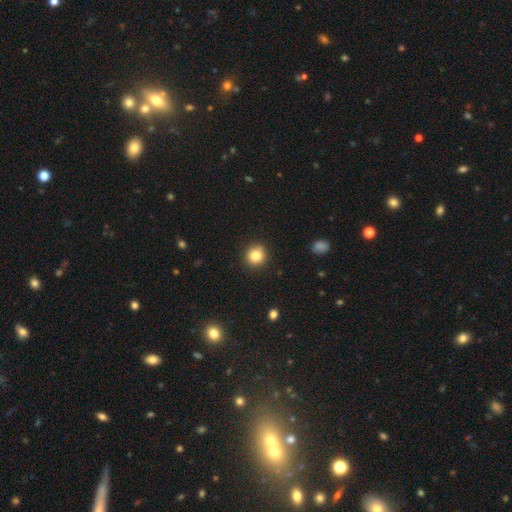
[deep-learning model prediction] smooth-or-featured: smooth: 82% | star or artifact: 11% | featured or disk: 7%
  how-rounded: round: 92% | in between: 7% | cigar-shaped: 1%
  merging: none: 89% | minor disturbance: 7% | major disturbance: 2% | merger: 2%